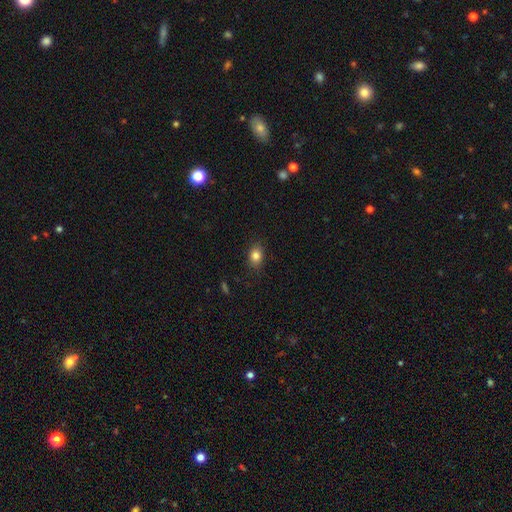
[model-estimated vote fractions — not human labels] smooth_or_featured: smooth (p=0.83) [alt: star or artifact p=0.10]
how_rounded: in between (p=0.67) [alt: round p=0.32]
merging: none (p=0.85) [alt: minor disturbance p=0.12]